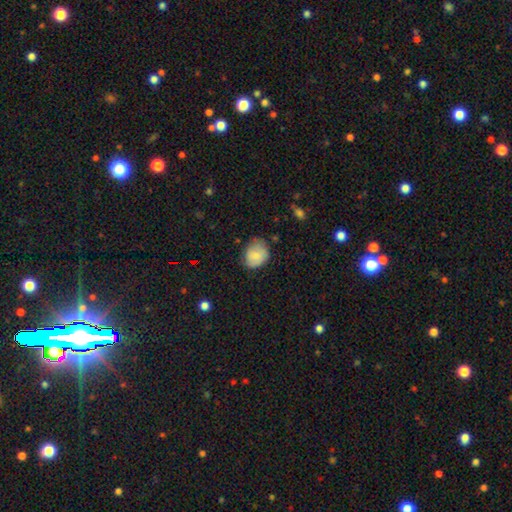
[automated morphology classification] smooth_or_featured: smooth (p=0.79) [alt: featured or disk p=0.13]
how_rounded: round (p=0.54) [alt: in between p=0.45]
merging: none (p=0.56) [alt: minor disturbance p=0.35]